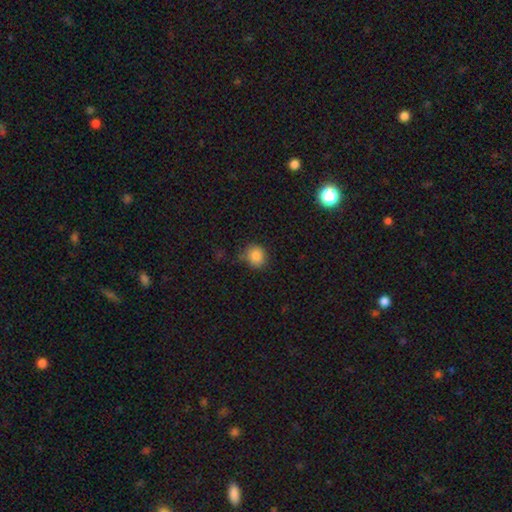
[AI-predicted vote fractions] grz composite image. It shows a smooth galaxy with no disk features (86%) that is round (83%). Merging: none (76%).